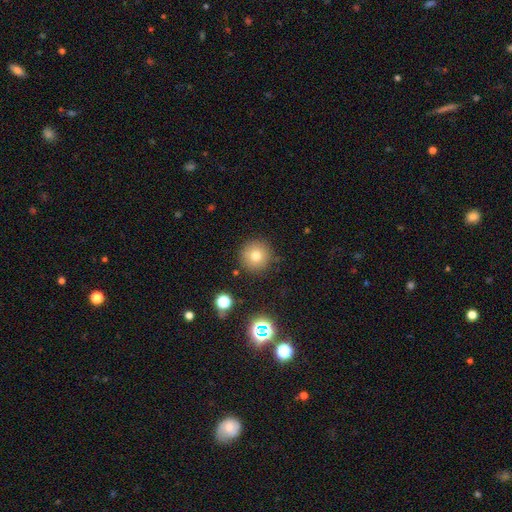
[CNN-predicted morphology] smooth-or-featured: smooth: 76% | star or artifact: 13% | featured or disk: 10%
  how-rounded: round: 95% | in between: 4% | cigar-shaped: 1%
  merging: none: 88% | minor disturbance: 7% | major disturbance: 2% | merger: 2%